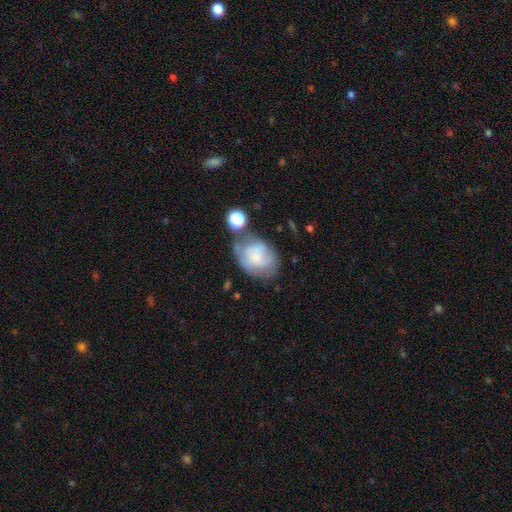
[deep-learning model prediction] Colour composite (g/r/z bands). It shows a smooth galaxy with no disk features (54%) that is in between round and cigar-shaped (62%). Merging: none (40%).